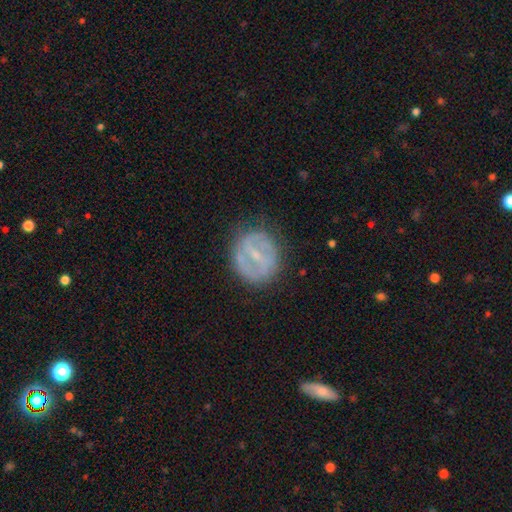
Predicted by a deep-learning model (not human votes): Smooth or featured: featured or disk — 67% (smooth — 25%)
Edge-on disk: no — 95% (yes — 5%)
Bar: weak — 42% (strong — 40%)
Spiral arms: yes — 50% (tied with no — 50%)
Bulge size: small — 67% (moderate — 21%)
Merging: none — 74% (minor disturbance — 17%)